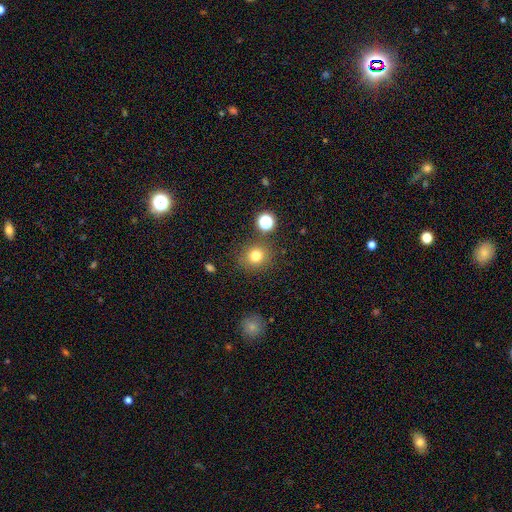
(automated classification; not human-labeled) Smooth or featured? Predicted: smooth (p=0.77). How rounded? Predicted: round (p=0.87). Merging? Predicted: none (p=0.83).